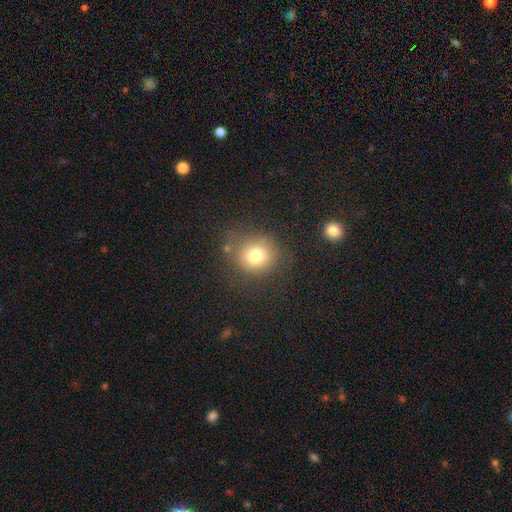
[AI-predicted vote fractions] smooth-or-featured: smooth: 75% | star or artifact: 14% | featured or disk: 11%
  how-rounded: round: 85% | in between: 15% | cigar-shaped: 1%
  merging: none: 74% | minor disturbance: 15% | major disturbance: 7% | merger: 3%